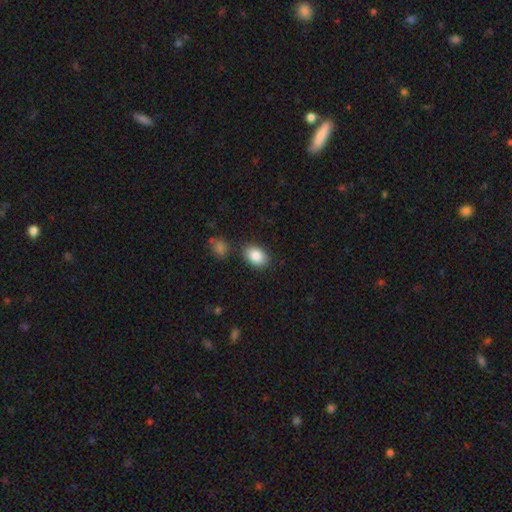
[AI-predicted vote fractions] Q: Smooth or featured?
A: smooth (86%); runner-up: star or artifact (7%)
Q: How rounded?
A: in between (84%); runner-up: round (15%)
Q: Merging?
A: none (83%); runner-up: minor disturbance (10%)